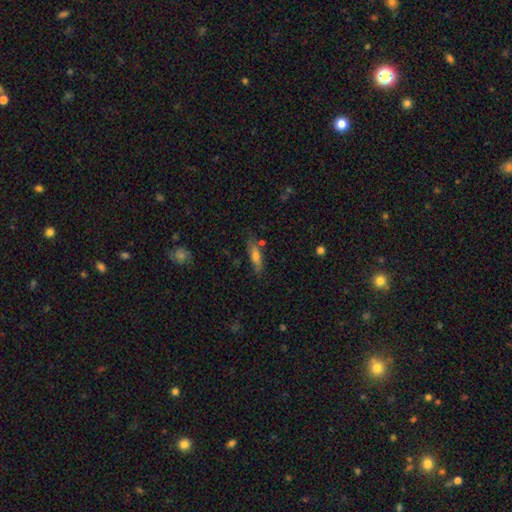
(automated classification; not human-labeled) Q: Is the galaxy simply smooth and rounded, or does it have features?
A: smooth — 62%.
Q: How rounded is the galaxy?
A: cigar-shaped — 62%.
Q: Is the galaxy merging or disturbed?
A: none — 72%.